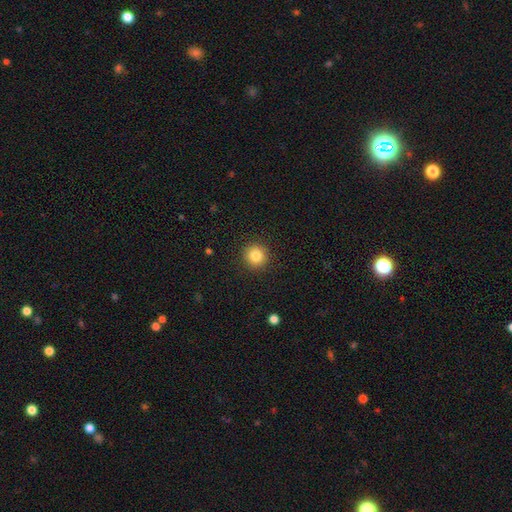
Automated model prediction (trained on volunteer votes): A smooth galaxy with no disk features (84%) that is round (94%). Merging: none (92%).